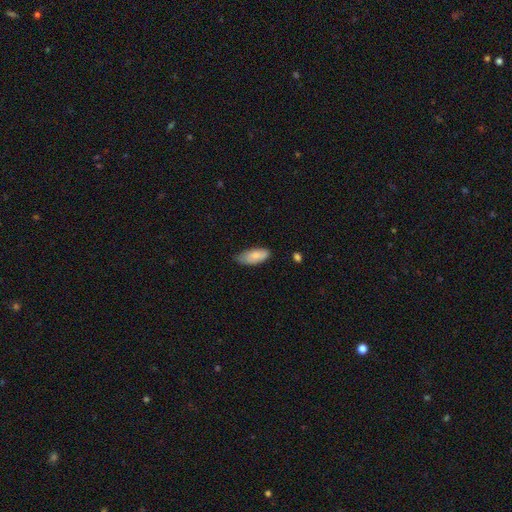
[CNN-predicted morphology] The model was most divided on "merging": none: 59%, minor disturbance: 34%, major disturbance: 5%, merger: 2%. More confident: how rounded — in between (87%); smooth or featured — smooth (81%).